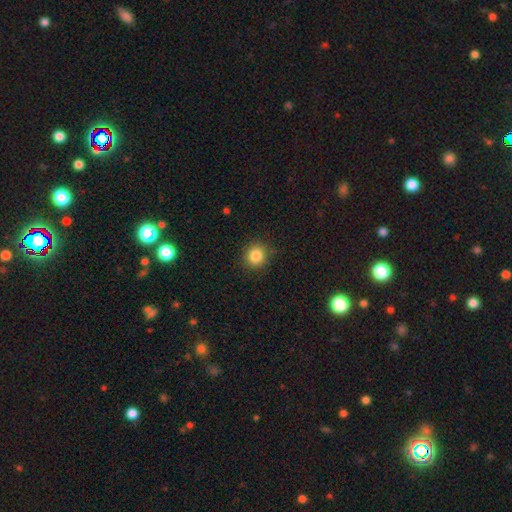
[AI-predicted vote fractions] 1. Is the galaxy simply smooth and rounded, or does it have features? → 85% smooth, 11% star or artifact, 5% featured or disk.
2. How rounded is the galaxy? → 90% round, 9% in between, 1% cigar-shaped.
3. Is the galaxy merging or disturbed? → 88% none, 8% minor disturbance, 2% major disturbance, 1% merger.